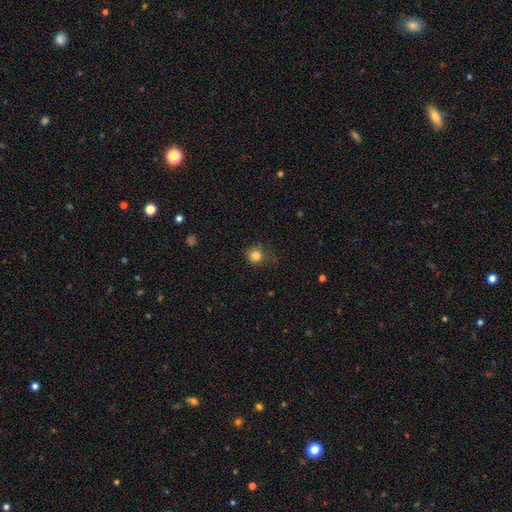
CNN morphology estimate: Smooth or featured? Predicted: smooth (p=0.83). How rounded? Predicted: round (p=0.88). Merging? Predicted: none (p=0.71).